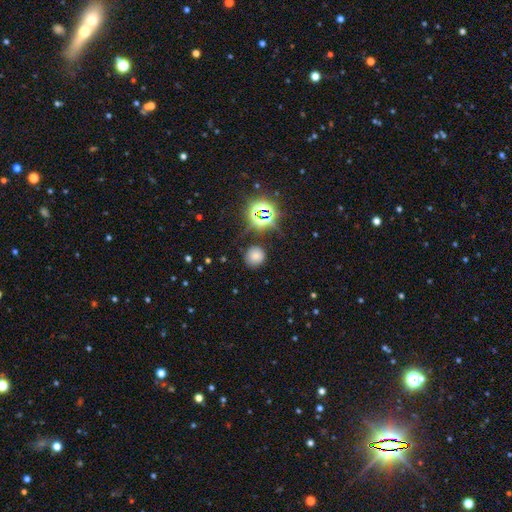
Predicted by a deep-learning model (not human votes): smooth 67%, star or artifact 25%, featured or disk 8%. Down the decision tree: how rounded — round (90%); merging — none (84%).